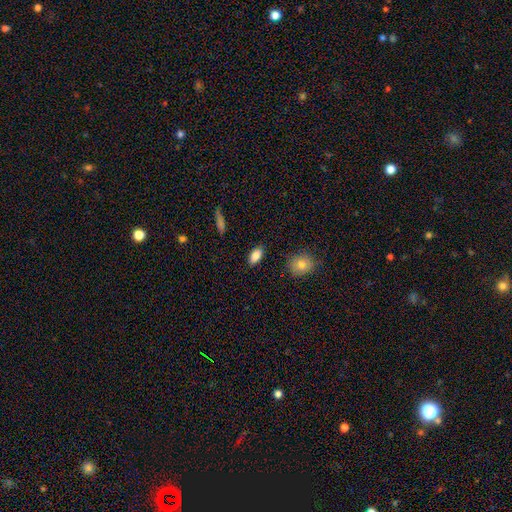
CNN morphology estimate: This is clearly a smooth galaxy (87%). How rounded: clearly in between (90%). Merging: clearly none (88%).